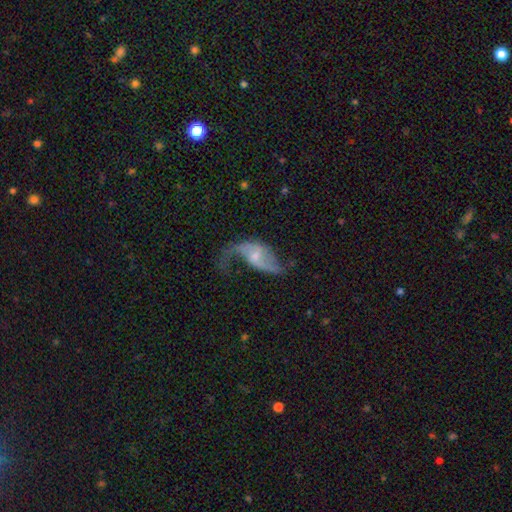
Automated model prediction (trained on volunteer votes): Smooth or featured? featured or disk (83%)
Edge-on disk? no (96%)
Bar? no (44%)
Spiral arms? yes (92%)
Spiral winding? loose (86%)
Spiral arm count? 2 (85%)
Bulge size? small (54%)
Merging? none (49%)